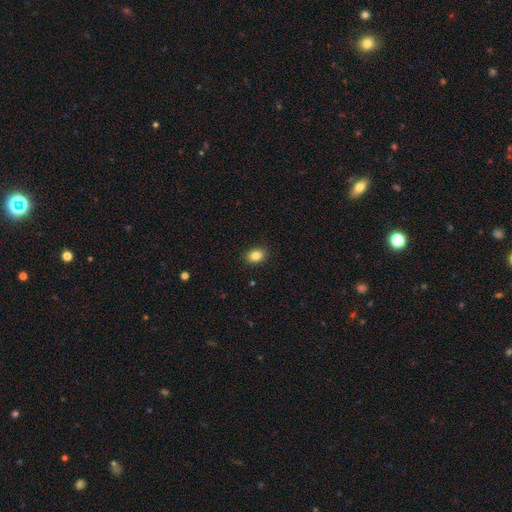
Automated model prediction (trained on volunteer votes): Smooth or featured? smooth (85%)
How rounded? in between (72%)
Merging? none (90%)